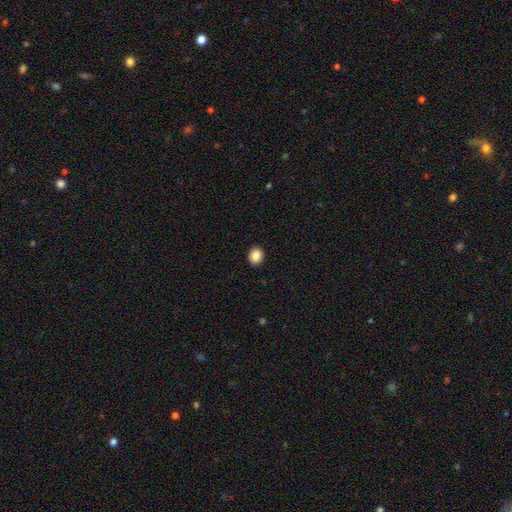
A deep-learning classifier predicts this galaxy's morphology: A smooth galaxy with no disk features (88%) that is round (65%). Merging: none (92%).